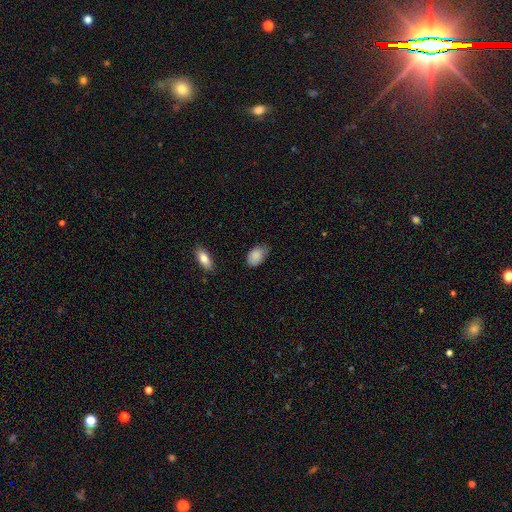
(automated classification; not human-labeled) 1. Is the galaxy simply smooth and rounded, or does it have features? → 87% smooth, 7% star or artifact, 6% featured or disk.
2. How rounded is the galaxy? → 90% in between, 9% round, 1% cigar-shaped.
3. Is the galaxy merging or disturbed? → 58% none, 34% minor disturbance, 6% major disturbance, 2% merger.